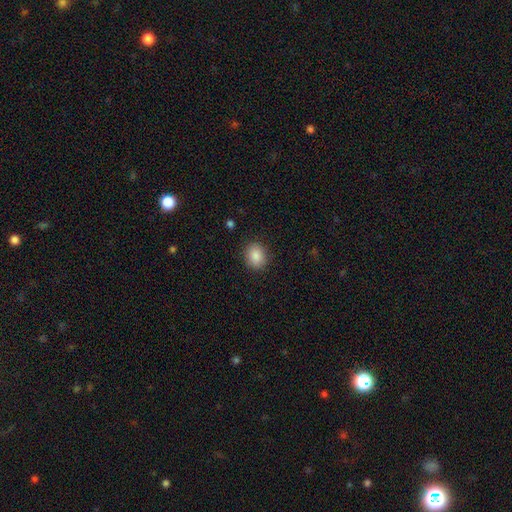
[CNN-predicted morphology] A smooth galaxy with no disk features (87%) that is round (66%).

Vote fractions:
- Smooth or featured? smooth: 87% / star or artifact: 9% / featured or disk: 5%
- How rounded? round: 66% / in between: 33% / cigar-shaped: 1%
- Merging? none: 88% / minor disturbance: 8% / major disturbance: 3% / merger: 1%